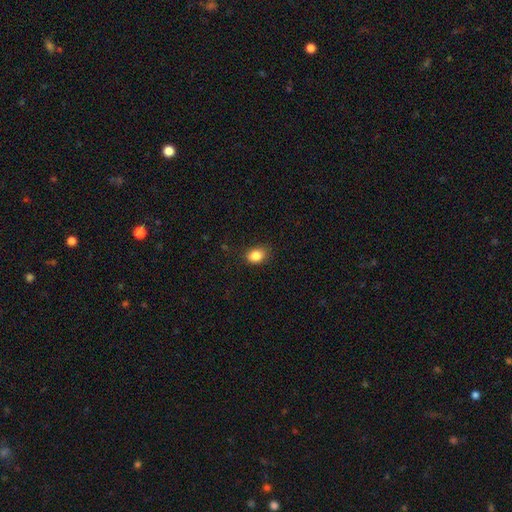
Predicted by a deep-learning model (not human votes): Smooth or featured? Predicted: smooth (p=0.86). How rounded? Predicted: in between (p=0.60). Merging? Predicted: none (p=0.80).